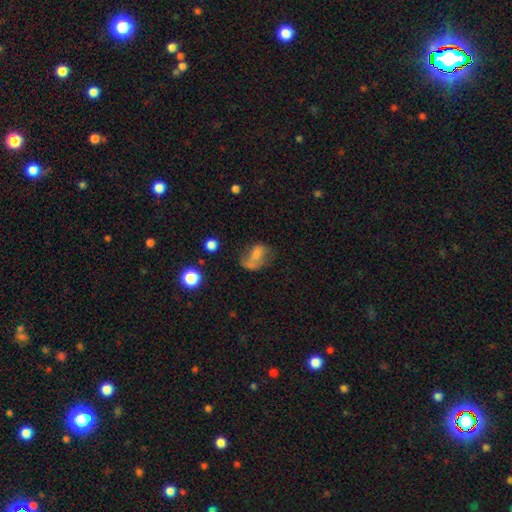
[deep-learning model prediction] A smooth galaxy with no disk features (56%) that is in between round and cigar-shaped (80%).

Vote fractions:
- Smooth or featured? smooth: 56% / featured or disk: 31% / star or artifact: 13%
- How rounded? in between: 80% / round: 18% / cigar-shaped: 2%
- Merging? major disturbance: 36% / none: 29% / minor disturbance: 24% / merger: 11%